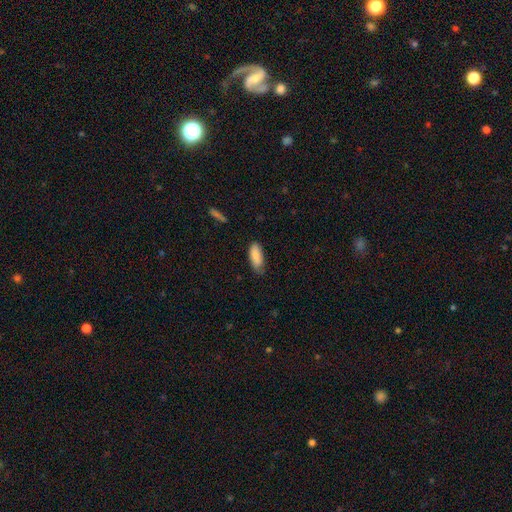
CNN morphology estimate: type=smooth (87%); roundness=in between (78%); merging=none (66%).